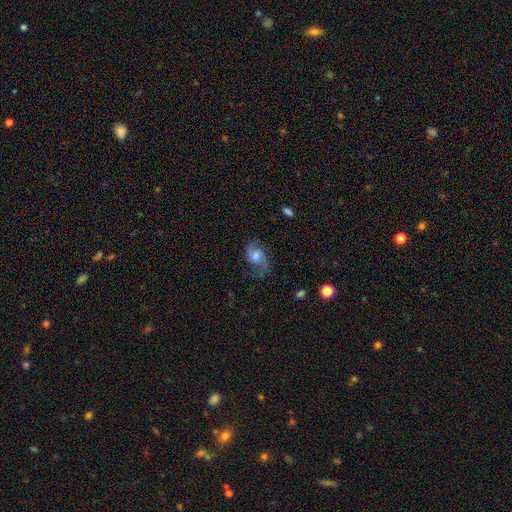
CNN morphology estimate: smooth-or-featured: featured or disk: 81% | smooth: 11% | star or artifact: 8%
  disk-edge-on: no: 97% | yes: 3%
    bar: no: 46% | weak: 45% | strong: 9%
    has-spiral-arms: yes: 96% | no: 4%
      spiral-winding: loose: 48% | medium: 43% | tight: 9%
      spiral-arm-count: 2: 89% | 1: 4% | can't tell: 3% | 3: 1% | 4: 1% | more than 4: 1%
    bulge-size: moderate: 43% | small: 22% | large: 20% | none: 12% | dominant: 2%
  merging: none: 71% | minor disturbance: 16% | major disturbance: 11% | merger: 2%